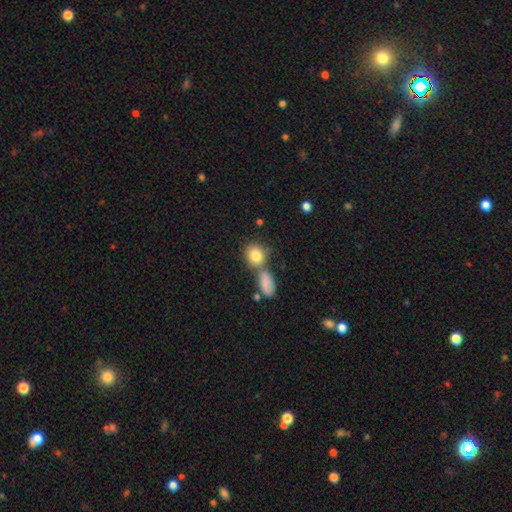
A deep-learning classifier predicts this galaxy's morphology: Smooth or featured: smooth — 83% (featured or disk — 9%)
How rounded: round — 67% (in between — 31%)
Merging: none — 52% (merger — 33%)